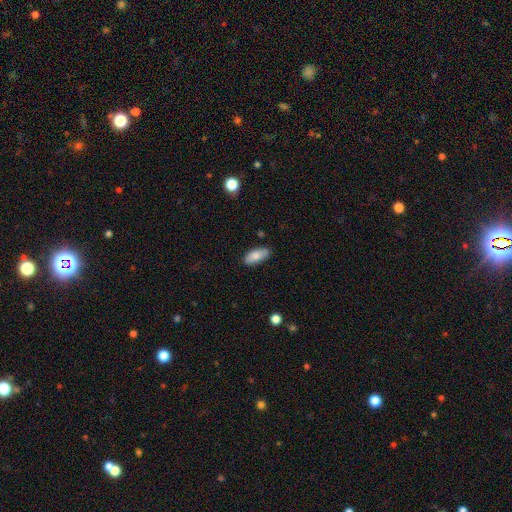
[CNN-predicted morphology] Overall: smooth (82%). How rounded: in between (86%). Merging: none (85%).